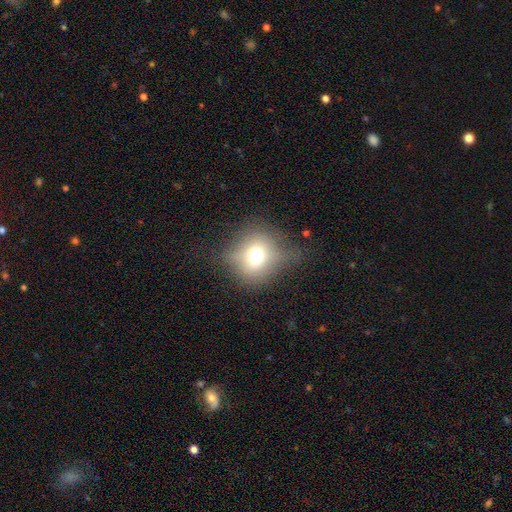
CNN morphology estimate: Smooth or featured?
  - smooth: 66% *
  - featured or disk: 18%
  - star or artifact: 17%
How rounded?
  - round: 85% *
  - in between: 14%
  - cigar-shaped: 1%
Merging?
  - none: 66% *
  - minor disturbance: 21%
  - major disturbance: 11%
  - merger: 2%